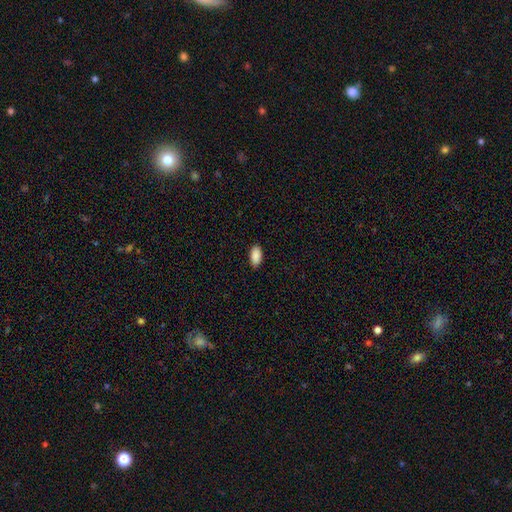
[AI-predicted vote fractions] smooth_or_featured: smooth (p=0.91) [alt: star or artifact p=0.07]
how_rounded: in between (p=0.93) [alt: cigar-shaped p=0.04]
merging: none (p=0.87) [alt: minor disturbance p=0.10]